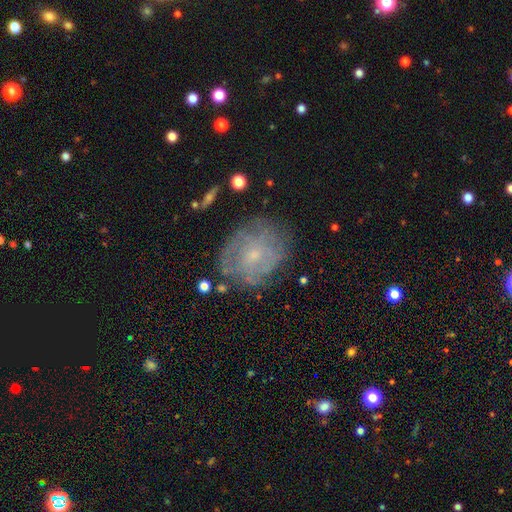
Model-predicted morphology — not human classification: The model was most divided on "spiral arms": yes: 64%, no: 36%. More confident: edge-on disk — no (97%); bar — no (74%); merging — none (70%); bulge size — small (70%); smooth or featured — featured or disk (61%).